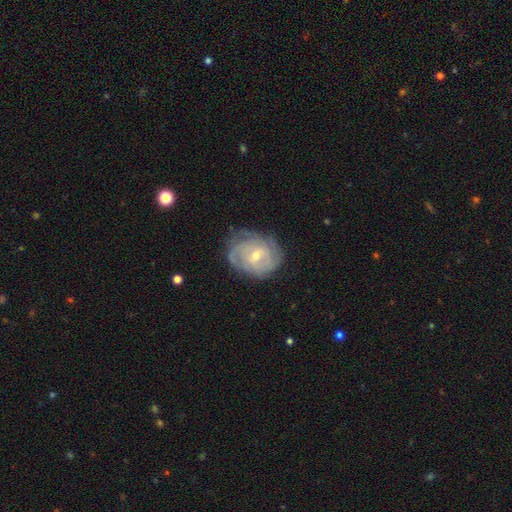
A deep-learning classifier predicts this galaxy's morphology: This is likely a featured or disk galaxy (76%). It is clearly not viewed edge-on (97%). Bar: possibly weak (52%). Spiral arm pattern: clearly yes (88%). Spiral arm count: possibly can't tell (47%). Spiral winding: likely tight (64%). Central bulge: possibly small (51%). Merging: likely none (63%).